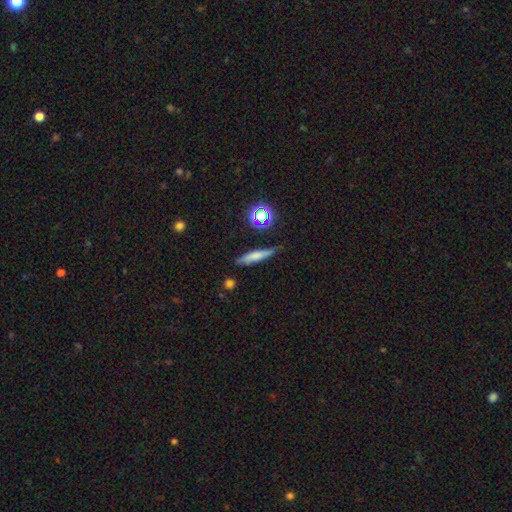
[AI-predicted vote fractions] Smooth or featured? Predicted: smooth (p=0.65). How rounded? Predicted: cigar-shaped (p=0.82). Merging? Predicted: none (p=0.75).